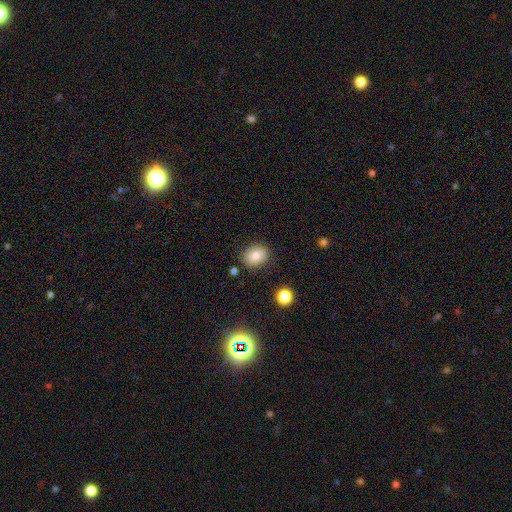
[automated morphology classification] smooth-or-featured: smooth: 77% | featured or disk: 13% | star or artifact: 10%
  how-rounded: round: 56% | in between: 43% | cigar-shaped: 1%
  merging: none: 83% | minor disturbance: 12% | major disturbance: 3% | merger: 2%